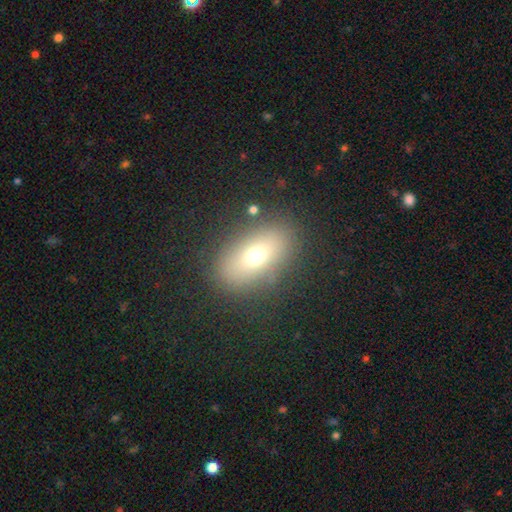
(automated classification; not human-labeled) smooth 67%, featured or disk 21%, star or artifact 12%. Down the decision tree: how rounded — in between (83%); merging — none (84%).